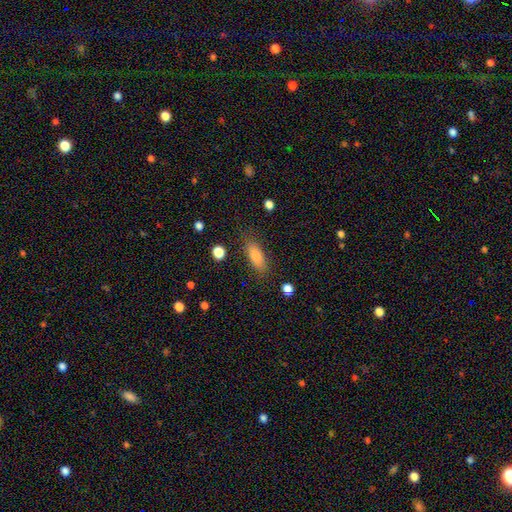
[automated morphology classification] This appears to be a smooth galaxy with no disk features (81%) that is in between round and cigar-shaped (73%). Merging: none (83%).